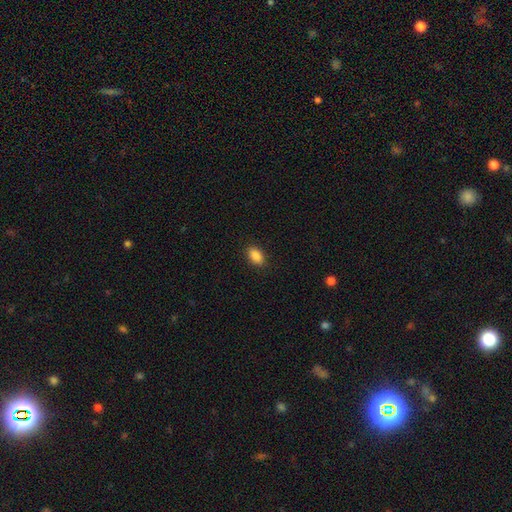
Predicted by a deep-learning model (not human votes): smooth 88%, star or artifact 8%, featured or disk 4%. Down the decision tree: how rounded — in between (89%); merging — none (89%).